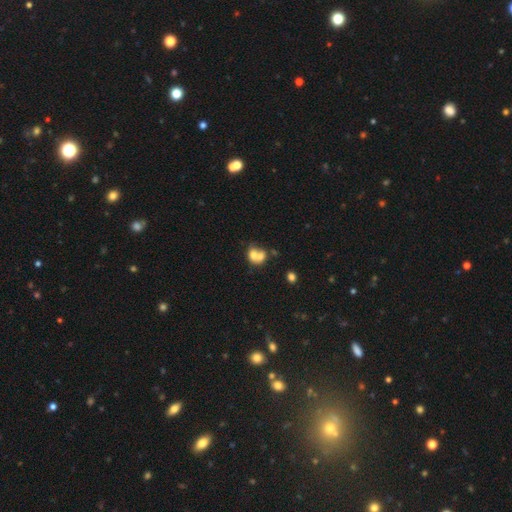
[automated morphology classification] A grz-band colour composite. It shows a smooth galaxy with no disk features (65%) that is round (54%). Merging: merger (67%).